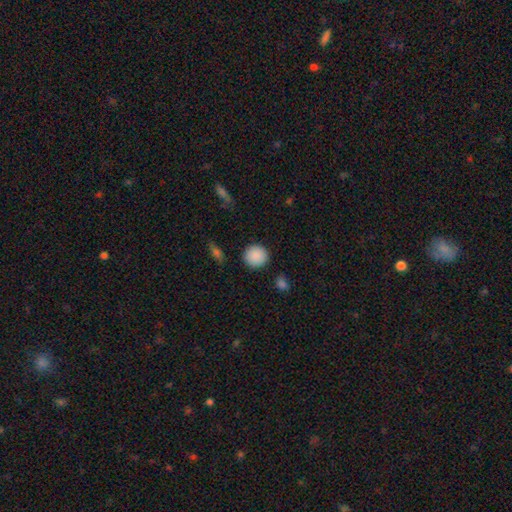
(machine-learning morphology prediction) Q: Smooth or featured?
A: smooth (89%); runner-up: star or artifact (8%)
Q: How rounded?
A: round (92%); runner-up: in between (7%)
Q: Merging?
A: none (90%); runner-up: minor disturbance (6%)